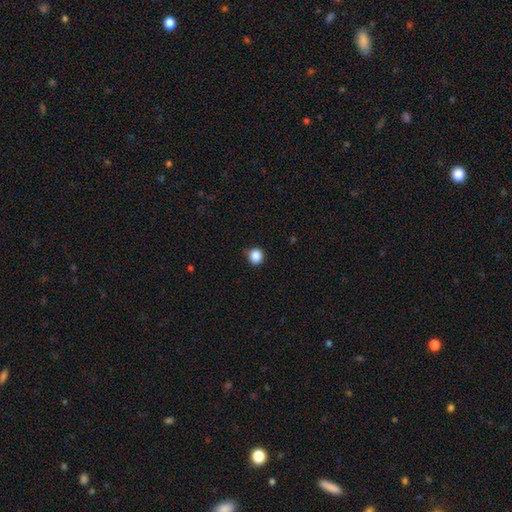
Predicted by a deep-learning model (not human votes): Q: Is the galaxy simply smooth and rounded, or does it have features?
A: smooth — 87%.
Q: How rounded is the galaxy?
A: round — 90%.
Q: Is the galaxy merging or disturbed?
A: none — 84%.